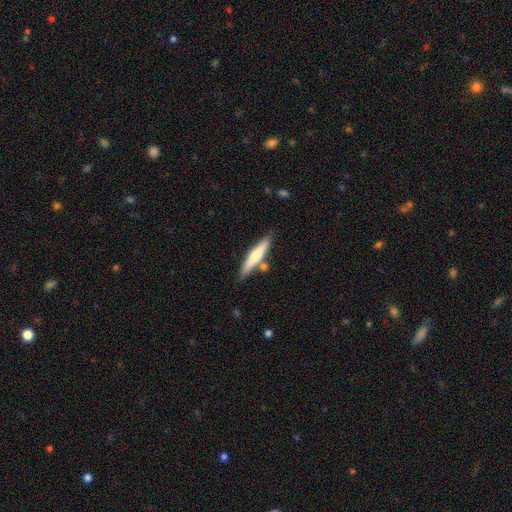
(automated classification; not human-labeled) smooth-or-featured: smooth: 55% | featured or disk: 40% | star or artifact: 5%
  how-rounded: cigar-shaped: 87% | in between: 11% | round: 2%
  merging: none: 76% | minor disturbance: 12% | merger: 9% | major disturbance: 3%